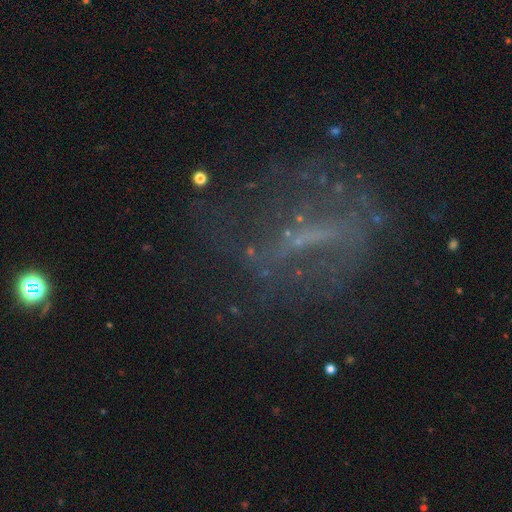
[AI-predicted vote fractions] Q: Smooth or featured?
A: featured or disk (57%); runner-up: star or artifact (24%)
Q: Edge-on disk?
A: no (88%); runner-up: yes (12%)
Q: Bar?
A: no (38%); runner-up: strong (33%)
Q: Spiral arms?
A: no (73%); runner-up: yes (27%)
Q: Bulge size?
A: none (56%); runner-up: small (30%)
Q: Merging?
A: none (56%); runner-up: major disturbance (25%)